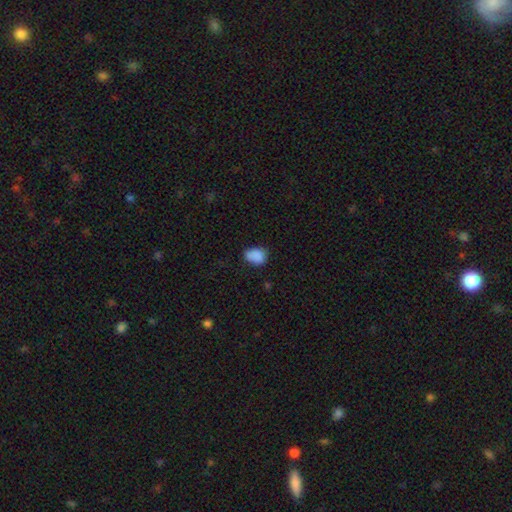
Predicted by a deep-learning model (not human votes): smooth_or_featured: smooth (p=0.84) [alt: star or artifact p=0.09]
how_rounded: in between (p=0.66) [alt: round p=0.33]
merging: none (p=0.60) [alt: minor disturbance p=0.30]